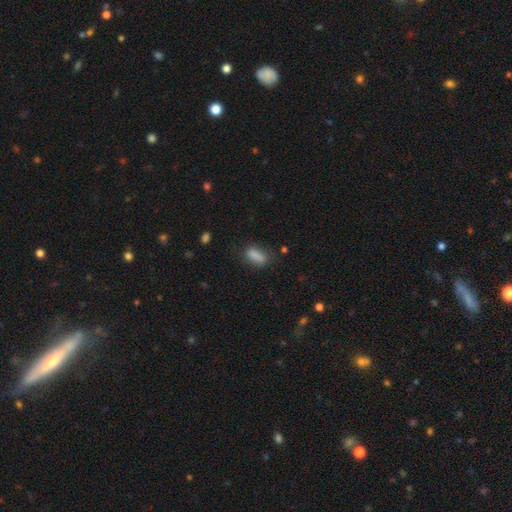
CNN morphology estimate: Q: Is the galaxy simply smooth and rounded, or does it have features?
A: smooth — 86%.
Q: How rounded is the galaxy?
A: in between — 73%.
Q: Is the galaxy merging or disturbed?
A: none — 74%.